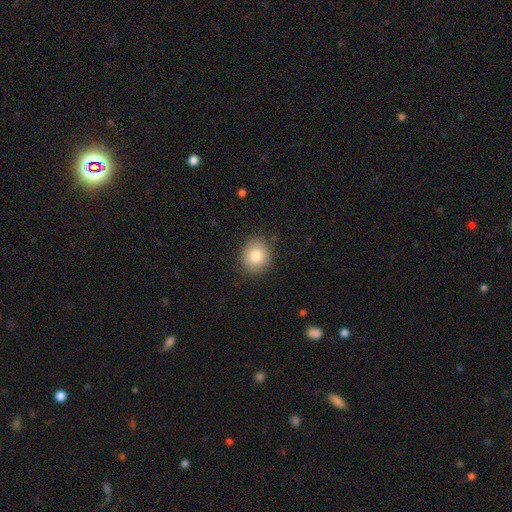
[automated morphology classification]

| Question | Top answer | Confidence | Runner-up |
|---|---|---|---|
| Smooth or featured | smooth | 82% | star or artifact (9%) |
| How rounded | round | 80% | in between (19%) |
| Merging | none | 86% | minor disturbance (10%) |